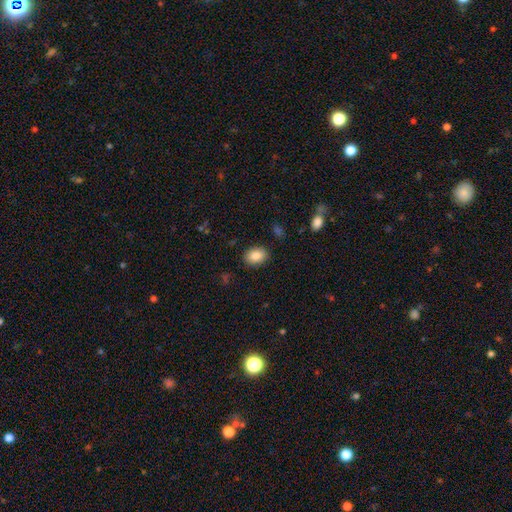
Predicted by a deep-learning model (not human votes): Morphology: type=smooth (86%); roundness=in between (73%); merging=none (87%).